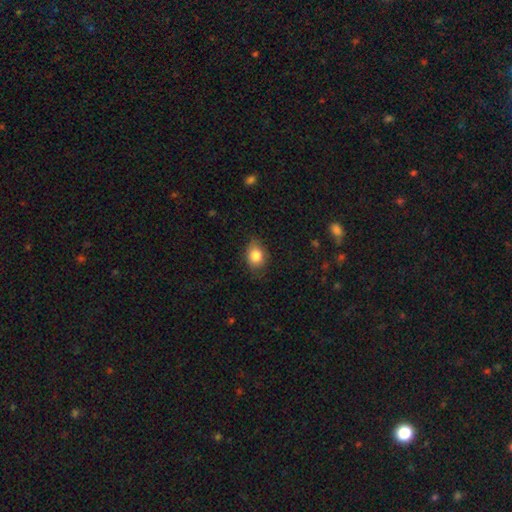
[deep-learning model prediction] This is clearly a smooth galaxy (84%). How rounded: likely in between (66%). Merging: likely none (77%).